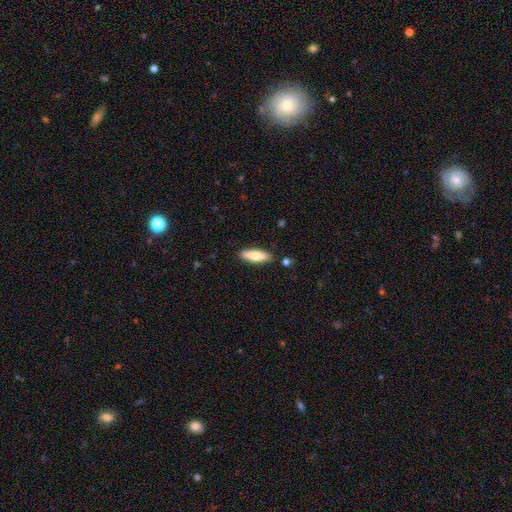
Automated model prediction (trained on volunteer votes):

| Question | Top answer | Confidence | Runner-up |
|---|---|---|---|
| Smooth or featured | smooth | 65% | featured or disk (29%) |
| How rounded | cigar-shaped | 52% | in between (46%) |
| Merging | none | 88% | minor disturbance (9%) |